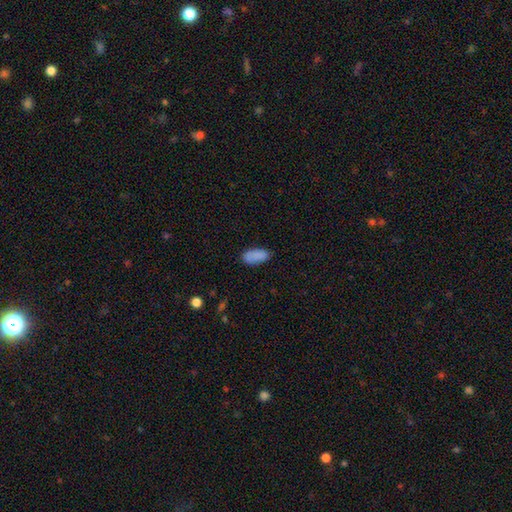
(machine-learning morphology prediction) Q: Smooth or featured?
A: smooth (84%); runner-up: star or artifact (8%)
Q: How rounded?
A: in between (91%); runner-up: cigar-shaped (7%)
Q: Merging?
A: none (72%); runner-up: minor disturbance (21%)